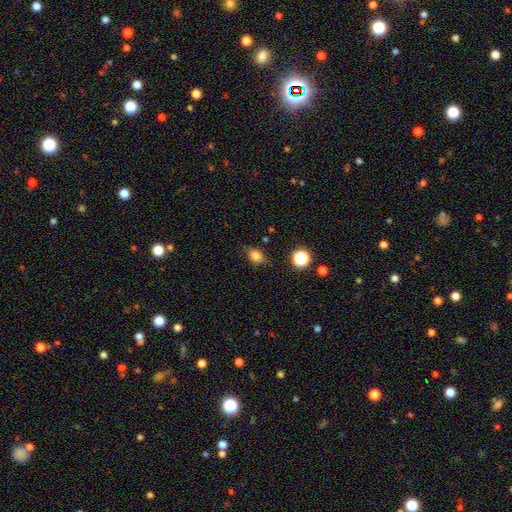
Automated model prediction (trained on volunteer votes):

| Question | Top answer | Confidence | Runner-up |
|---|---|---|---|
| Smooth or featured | smooth | 81% | star or artifact (13%) |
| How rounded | in between | 63% | round (36%) |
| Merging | none | 76% | minor disturbance (18%) |